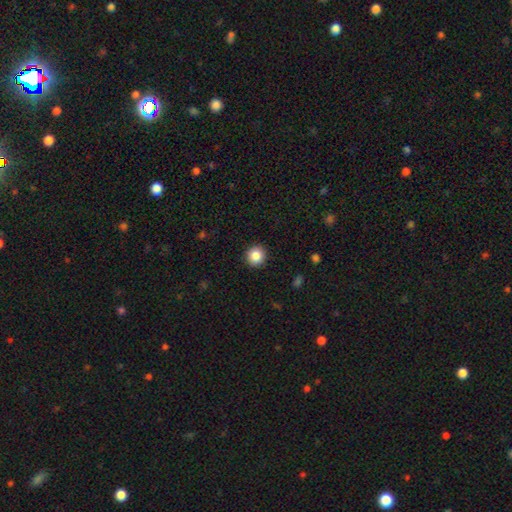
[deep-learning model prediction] A smooth galaxy with no disk features (86%) that is round (93%).

Vote fractions:
- Smooth or featured? smooth: 86% / star or artifact: 9% / featured or disk: 4%
- How rounded? round: 93% / in between: 6% / cigar-shaped: 1%
- Merging? none: 92% / minor disturbance: 5% / major disturbance: 2% / merger: 1%